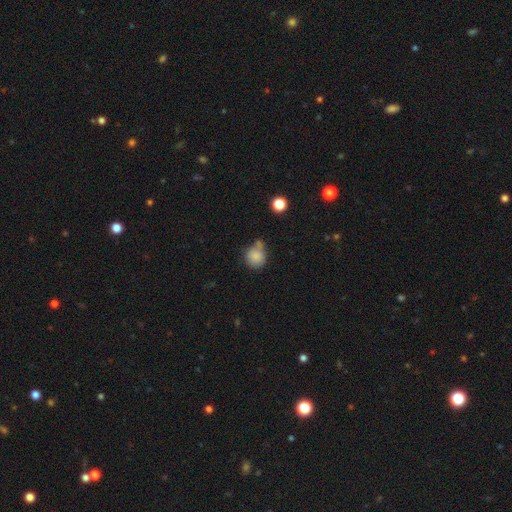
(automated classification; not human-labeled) A smooth galaxy with no disk features (83%) that is round (83%). Merging: none (50%).